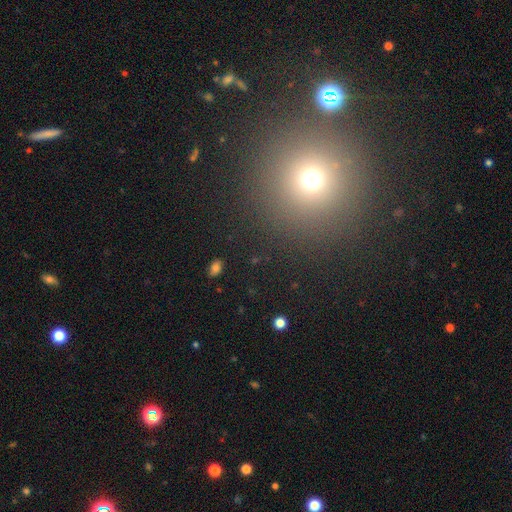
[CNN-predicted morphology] smooth-or-featured: smooth: 54% | star or artifact: 38% | featured or disk: 8%
  how-rounded: round: 95% | in between: 4% | cigar-shaped: 1%
  merging: none: 89% | minor disturbance: 5% | merger: 3% | major disturbance: 3%